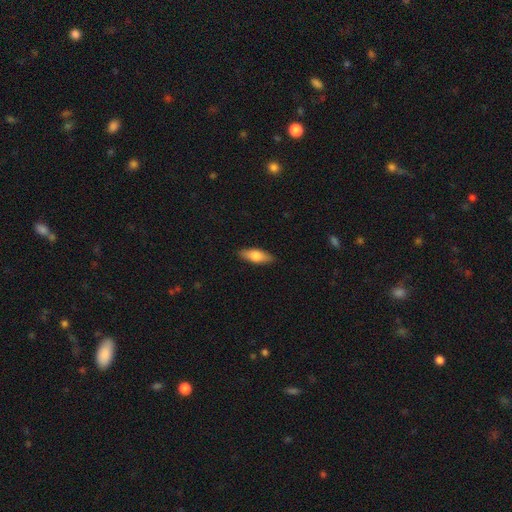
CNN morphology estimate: smooth-or-featured: smooth: 72% | featured or disk: 23% | star or artifact: 6%
  how-rounded: in between: 68% | cigar-shaped: 29% | round: 3%
  merging: none: 88% | minor disturbance: 9% | major disturbance: 2% | merger: 1%